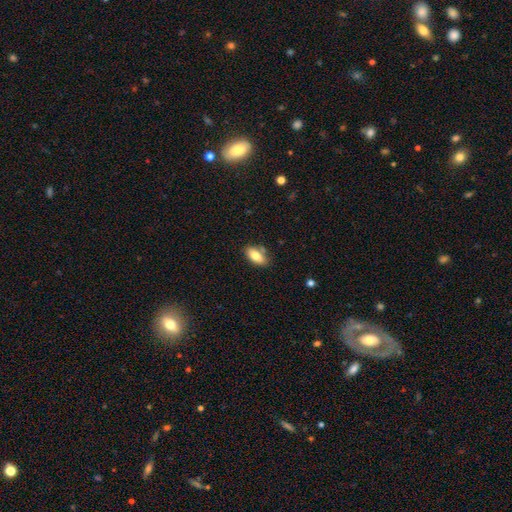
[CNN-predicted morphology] This appears to be a smooth galaxy with no disk features (77%) that is in between round and cigar-shaped (88%). Merging: none (73%).